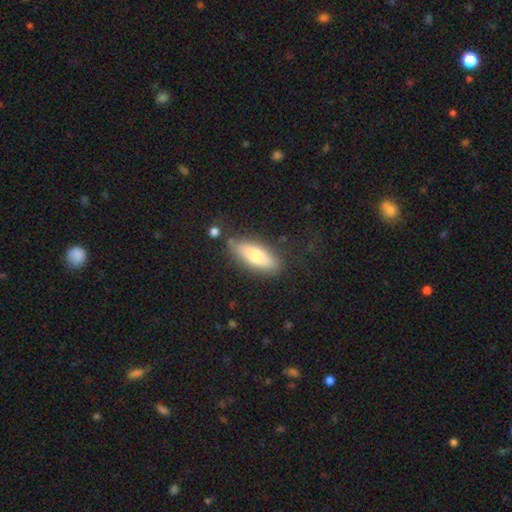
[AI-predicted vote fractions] Morphology: type=smooth (73%); roundness=in between (64%); merging=none (77%).